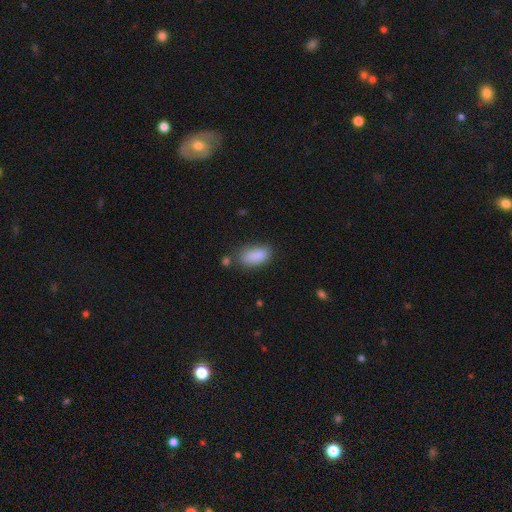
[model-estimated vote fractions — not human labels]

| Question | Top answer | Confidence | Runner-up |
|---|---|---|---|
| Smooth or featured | smooth | 86% | star or artifact (8%) |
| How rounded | in between | 89% | cigar-shaped (8%) |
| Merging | none | 63% | minor disturbance (22%) |